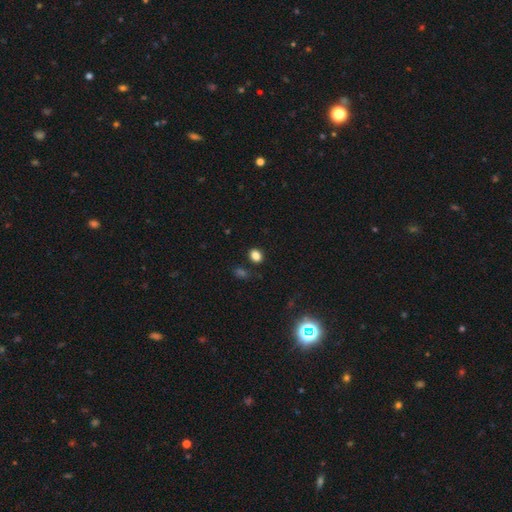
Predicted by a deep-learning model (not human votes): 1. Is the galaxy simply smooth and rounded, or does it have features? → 83% smooth, 13% star or artifact, 4% featured or disk.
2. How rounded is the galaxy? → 53% in between, 46% round, 1% cigar-shaped.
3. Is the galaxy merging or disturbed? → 85% none, 9% minor disturbance, 4% merger, 3% major disturbance.